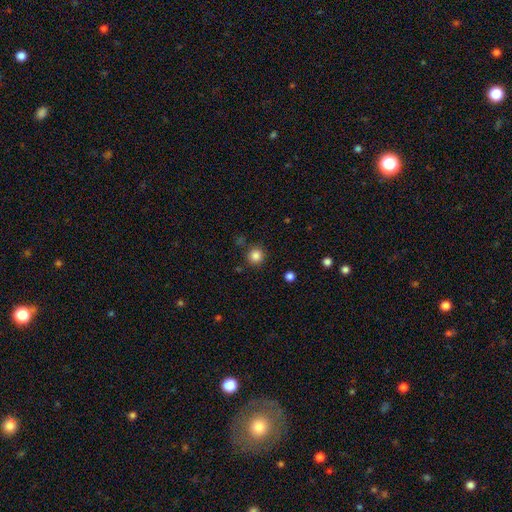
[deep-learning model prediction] Smooth or featured: smooth — 85% (star or artifact — 12%)
How rounded: round — 94% (in between — 5%)
Merging: none — 87% (minor disturbance — 7%)